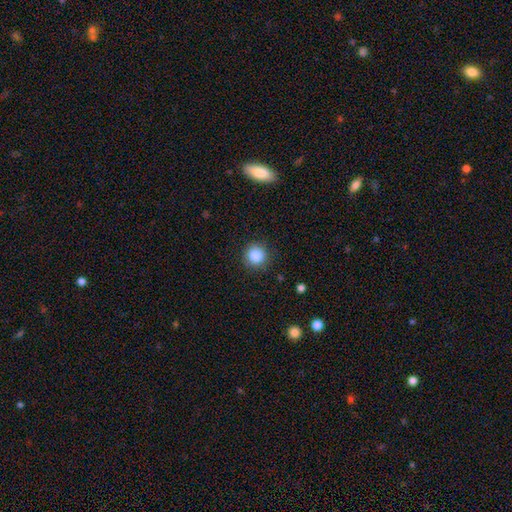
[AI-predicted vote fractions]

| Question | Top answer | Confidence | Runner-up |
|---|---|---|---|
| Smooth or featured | smooth | 87% | star or artifact (10%) |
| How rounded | round | 90% | in between (9%) |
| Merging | none | 87% | minor disturbance (9%) |